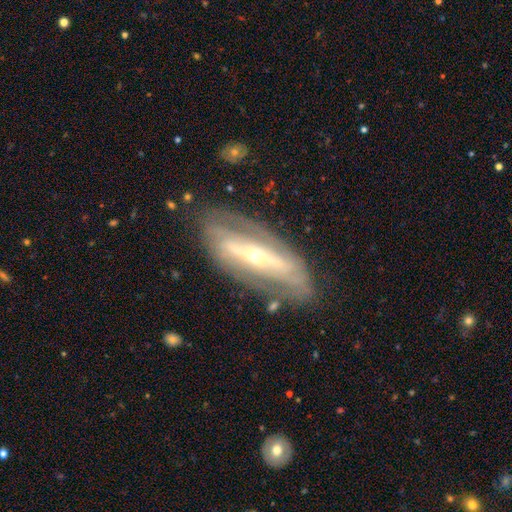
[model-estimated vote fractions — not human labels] Morphology: type=featured or disk (81%); edge-on=no (76%); bar=strong (61%); spiral arms=yes (64%); bulge=small (61%); merging=none (72%).